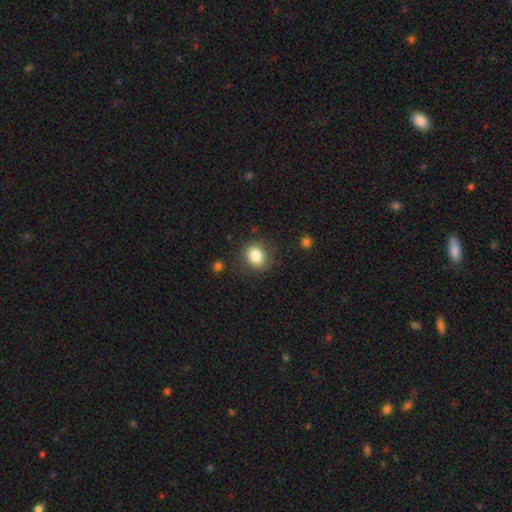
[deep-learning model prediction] smooth_or_featured: smooth (p=0.83) [alt: star or artifact p=0.10]
how_rounded: round (p=0.69) [alt: in between p=0.30]
merging: none (p=0.80) [alt: minor disturbance p=0.13]